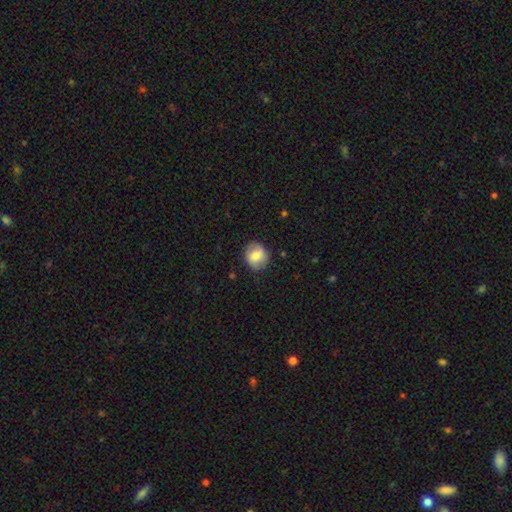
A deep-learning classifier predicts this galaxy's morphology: A smooth galaxy with no disk features (70%) that is round (76%).

Vote fractions:
- Smooth or featured? smooth: 70% / featured or disk: 23% / star or artifact: 8%
- How rounded? round: 76% / in between: 23% / cigar-shaped: 1%
- Merging? none: 80% / minor disturbance: 15% / major disturbance: 4% / merger: 1%